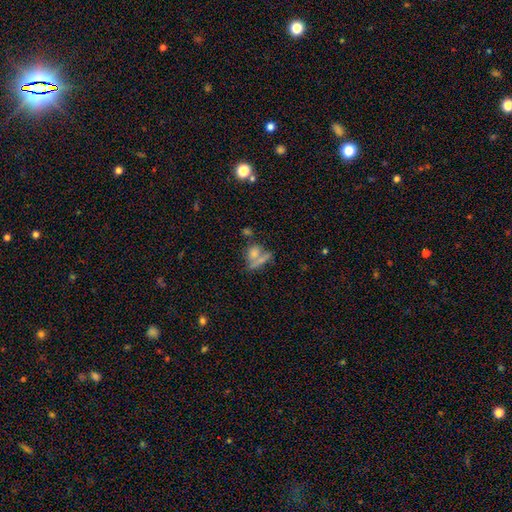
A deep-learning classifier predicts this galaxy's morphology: This appears to be a smooth galaxy with no disk features (68%) that is in between round and cigar-shaped (46%). Merging: none (43%).